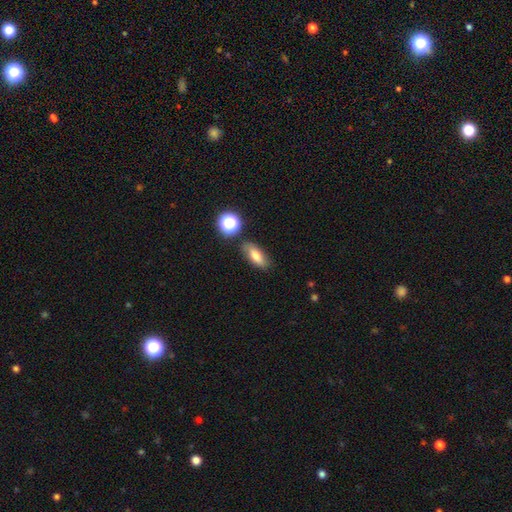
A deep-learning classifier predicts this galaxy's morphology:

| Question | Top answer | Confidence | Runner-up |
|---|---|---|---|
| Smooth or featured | smooth | 74% | featured or disk (15%) |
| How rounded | in between | 72% | cigar-shaped (20%) |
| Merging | none | 79% | minor disturbance (13%) |